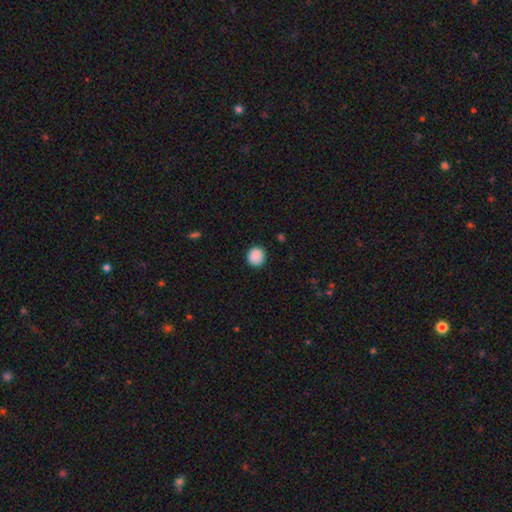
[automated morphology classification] This is clearly a smooth galaxy (89%). How rounded: clearly round (92%). Merging: clearly none (90%).